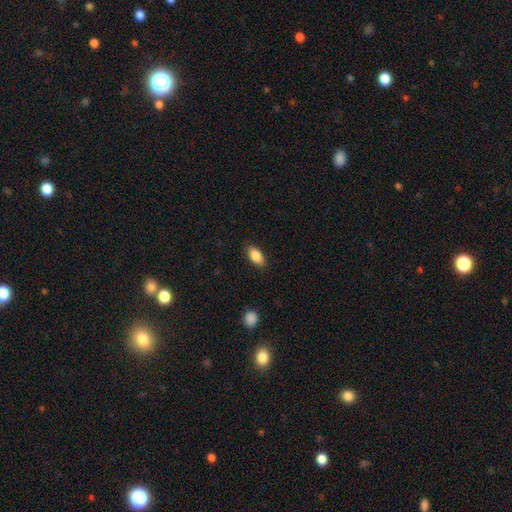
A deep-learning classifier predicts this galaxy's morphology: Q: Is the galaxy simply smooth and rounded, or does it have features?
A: smooth — 86%.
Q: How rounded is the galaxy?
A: in between — 90%.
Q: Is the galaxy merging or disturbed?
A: none — 87%.